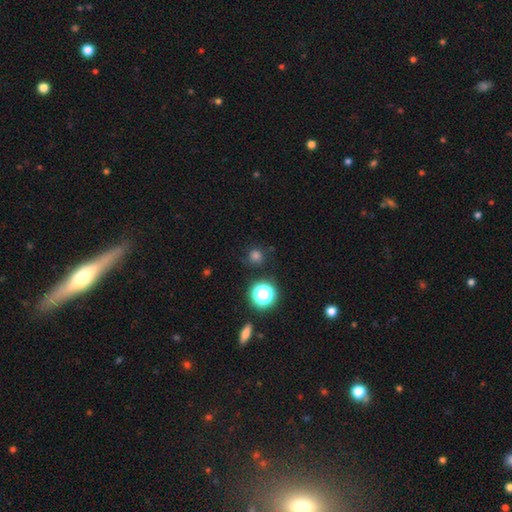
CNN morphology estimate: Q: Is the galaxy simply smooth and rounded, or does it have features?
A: smooth — 66%.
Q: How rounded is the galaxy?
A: round — 91%.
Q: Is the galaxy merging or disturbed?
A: none — 80%.